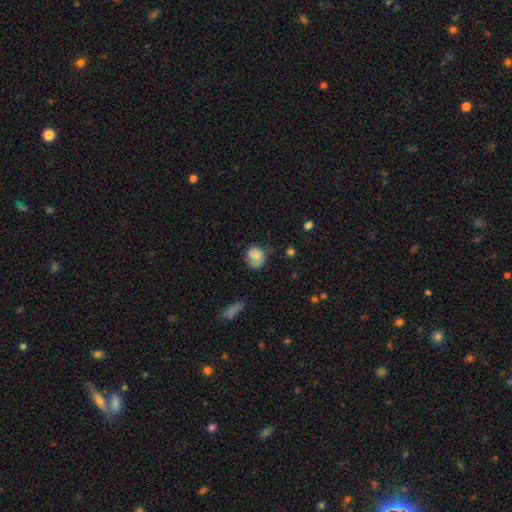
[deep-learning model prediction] Smooth or featured? smooth (65%)
How rounded? round (60%)
Merging? none (51%)